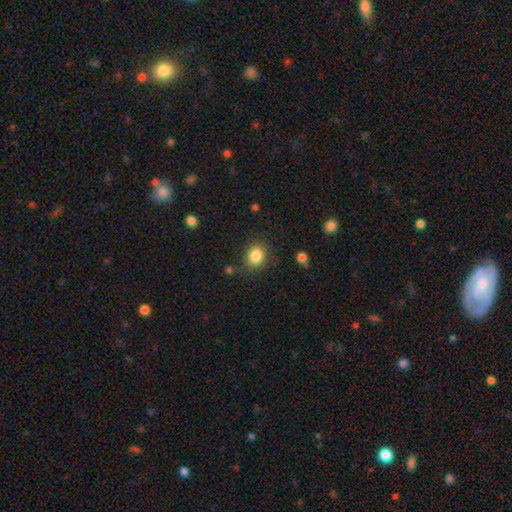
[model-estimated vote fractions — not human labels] Smooth or featured? Predicted: smooth (p=0.84). How rounded? Predicted: round (p=0.67). Merging? Predicted: none (p=0.78).